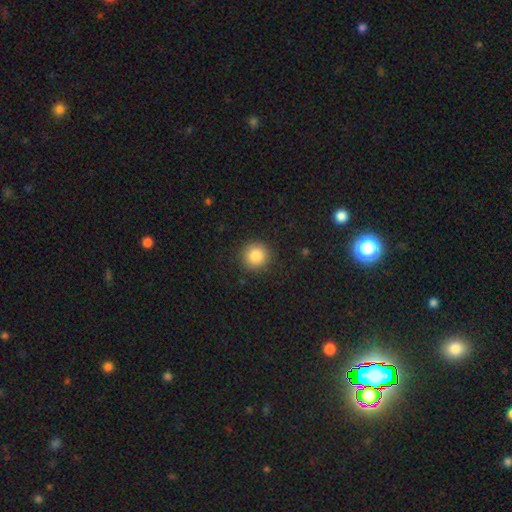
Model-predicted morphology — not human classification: This appears to be a smooth galaxy with no disk features (85%) that is round (94%). Merging: none (90%).